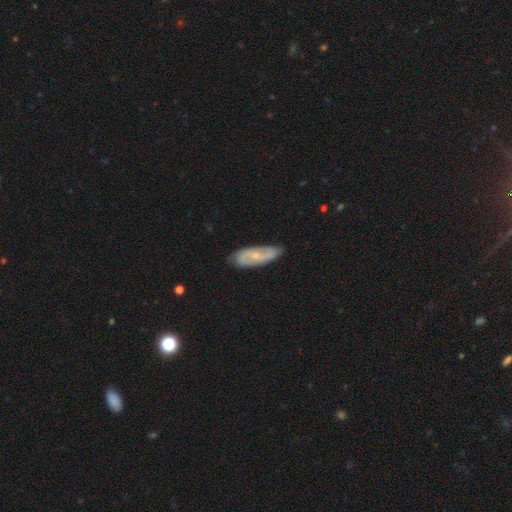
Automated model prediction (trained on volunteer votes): Smooth or featured? featured or disk (66%)
Edge-on disk? no (85%)
Bar? no (56%)
Spiral arms? yes (84%)
Bulge size? small (68%)
Merging? none (79%)